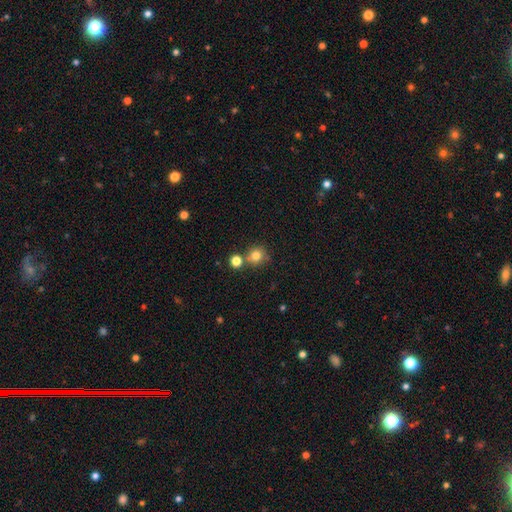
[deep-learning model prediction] Overall: smooth (80%). How rounded: round (89%). Merging: none (67%).